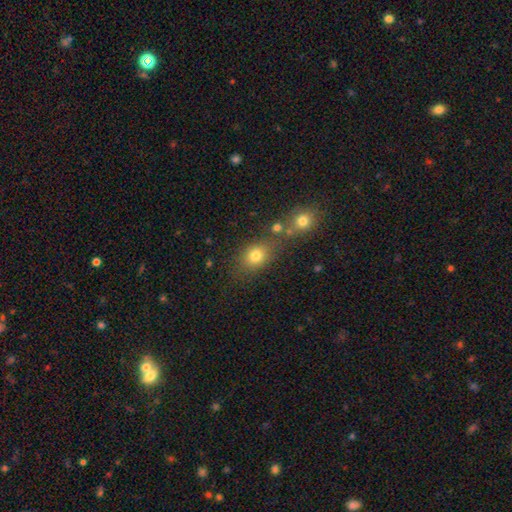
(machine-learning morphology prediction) Smooth or featured?
  - smooth: 77% *
  - star or artifact: 14%
  - featured or disk: 9%
How rounded?
  - round: 51% *
  - in between: 47%
  - cigar-shaped: 2%
Merging?
  - none: 61% *
  - merger: 20%
  - minor disturbance: 12%
  - major disturbance: 6%